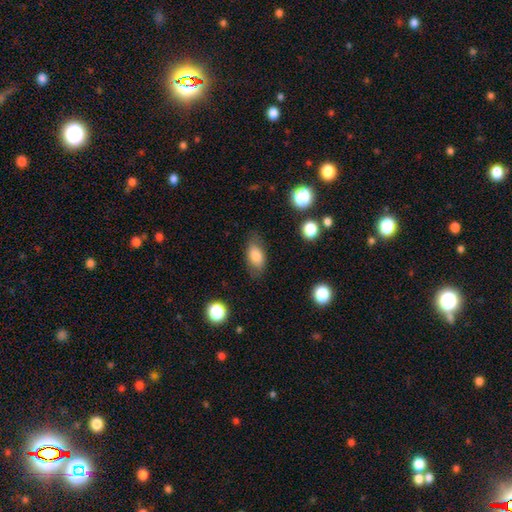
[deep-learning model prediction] A smooth galaxy with no disk features (79%) that is in between round and cigar-shaped (90%). Merging: none (77%).